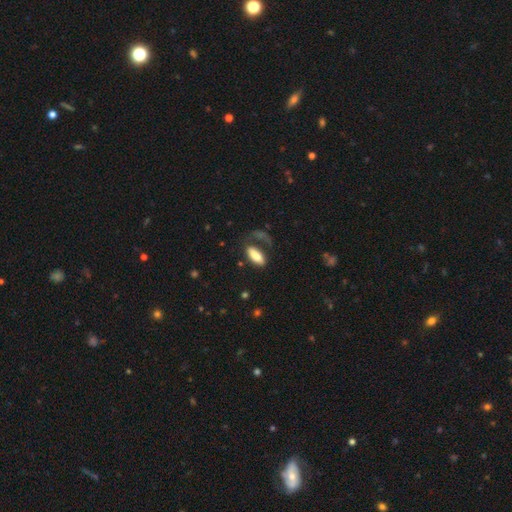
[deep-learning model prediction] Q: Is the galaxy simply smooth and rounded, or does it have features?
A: smooth — 81%.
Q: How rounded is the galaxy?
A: in between — 84%.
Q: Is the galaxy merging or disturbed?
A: none — 48%.